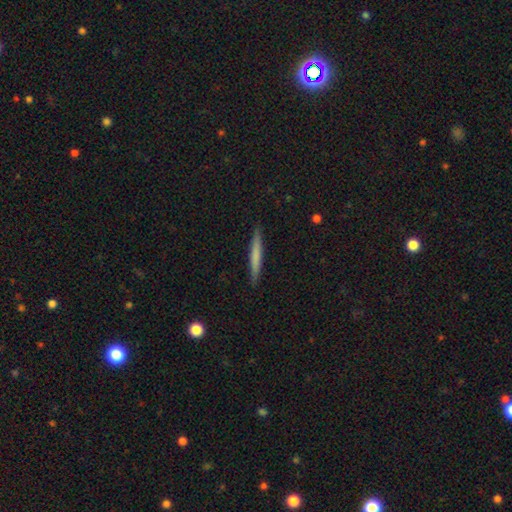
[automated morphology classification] Smooth or featured: smooth — 63% (featured or disk — 31%)
How rounded: cigar-shaped — 96% (in between — 3%)
Merging: none — 91% (minor disturbance — 7%)